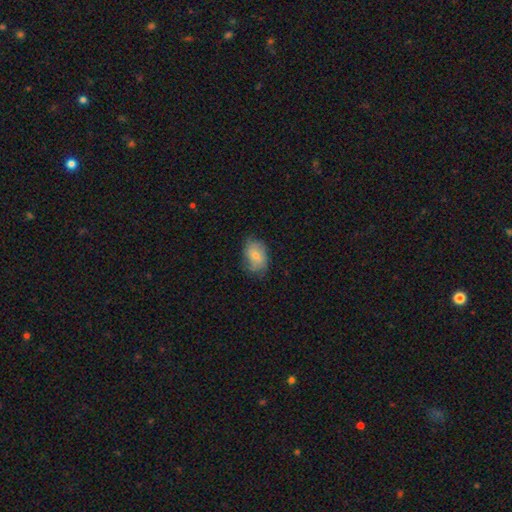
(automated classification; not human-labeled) A smooth galaxy with no disk features (71%) that is in between round and cigar-shaped (83%). Merging: none (68%).